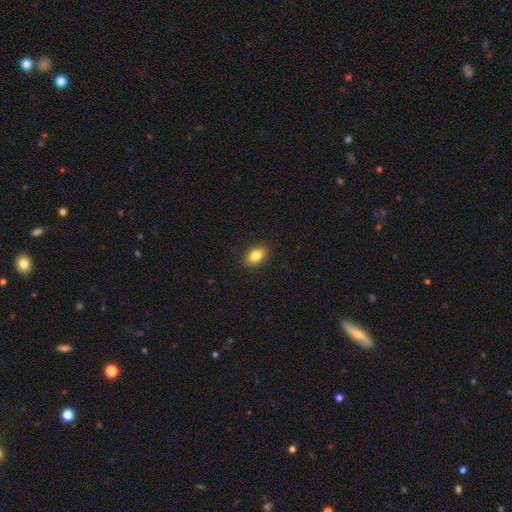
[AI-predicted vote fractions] This is clearly a smooth galaxy (83%). How rounded: clearly in between (83%). Merging: clearly none (90%).